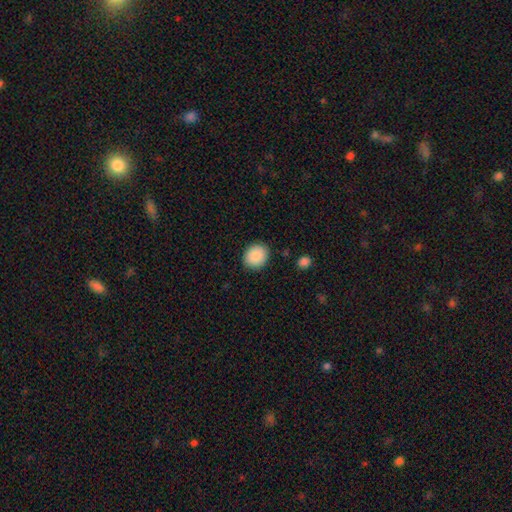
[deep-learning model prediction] Morphology: type=smooth (88%); roundness=round (63%); merging=none (88%).